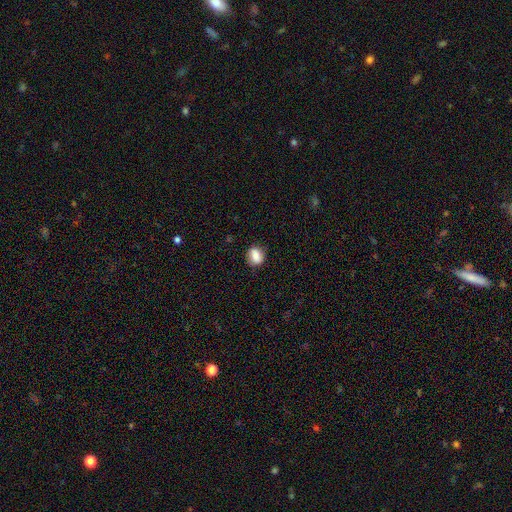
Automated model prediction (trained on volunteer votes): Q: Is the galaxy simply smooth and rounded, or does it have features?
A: smooth — 79%.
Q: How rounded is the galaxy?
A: round — 52%.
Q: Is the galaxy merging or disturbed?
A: none — 79%.